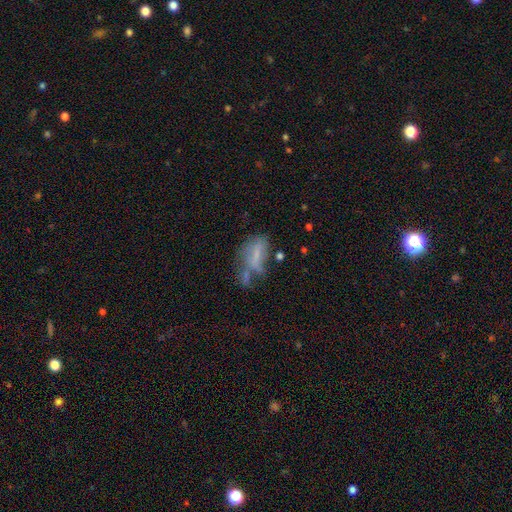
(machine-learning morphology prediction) smooth_or_featured: smooth (p=0.47) [alt: featured or disk p=0.38]
merging: major disturbance (p=0.27) [alt: none p=0.26]